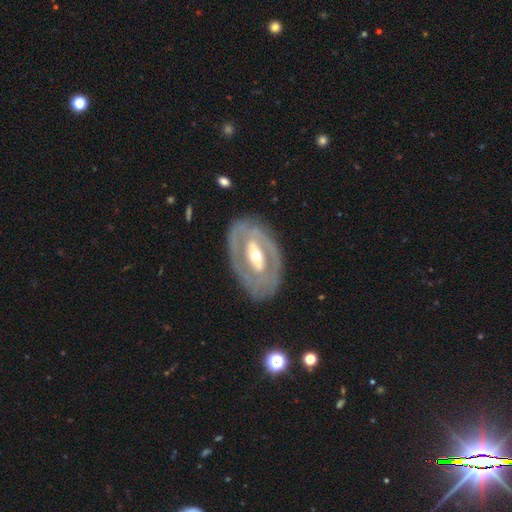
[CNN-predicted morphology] featured or disk 78%, smooth 17%, star or artifact 5%. Down the decision tree: edge-on disk — no (92%); bar — strong (38%); spiral arms — no (54%); bulge size — moderate (57%); merging — none (79%).